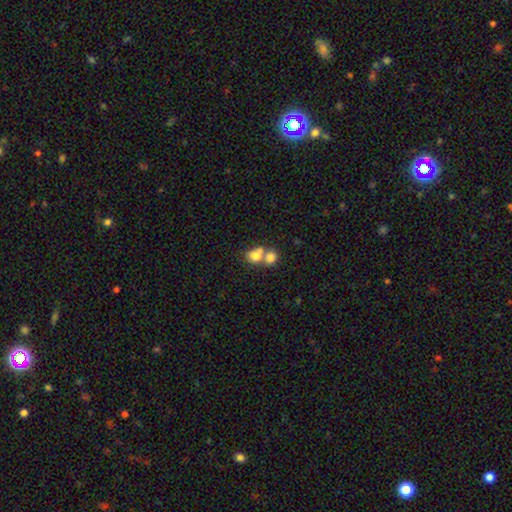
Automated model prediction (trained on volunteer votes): The model was most divided on "how rounded": round: 61%, in between: 38%, cigar-shaped: 1%. More confident: smooth or featured — smooth (75%); merging — merger (63%).